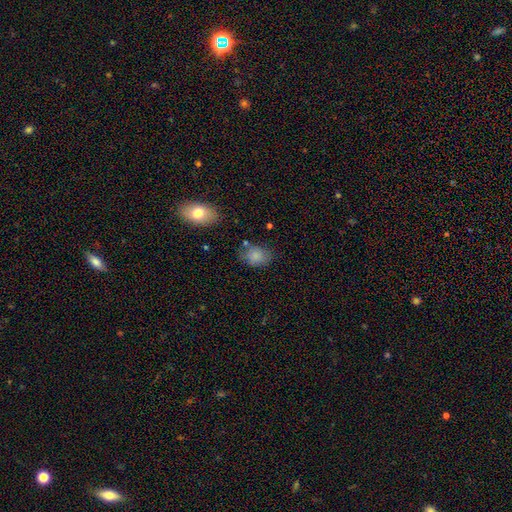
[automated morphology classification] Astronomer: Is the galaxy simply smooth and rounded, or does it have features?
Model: smooth — 83%.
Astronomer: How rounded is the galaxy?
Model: in between — 72%.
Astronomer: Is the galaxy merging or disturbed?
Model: none — 66%.